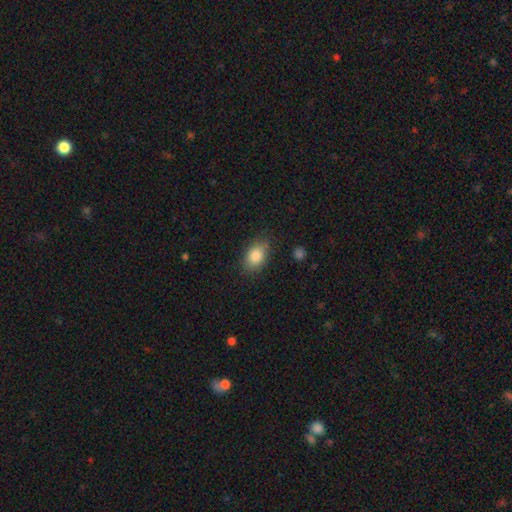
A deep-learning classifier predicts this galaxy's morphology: This appears to be a smooth galaxy with no disk features (85%) that is in between round and cigar-shaped (84%). Merging: none (80%).